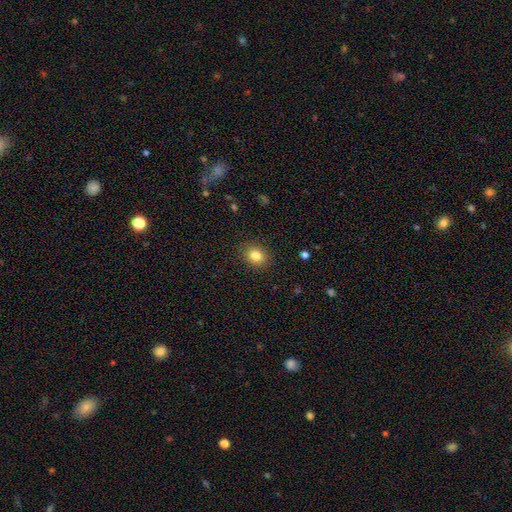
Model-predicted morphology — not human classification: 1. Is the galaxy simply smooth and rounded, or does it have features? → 83% smooth, 10% star or artifact, 7% featured or disk.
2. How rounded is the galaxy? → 58% round, 41% in between, 1% cigar-shaped.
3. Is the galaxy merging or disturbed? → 87% none, 9% minor disturbance, 3% major disturbance, 1% merger.